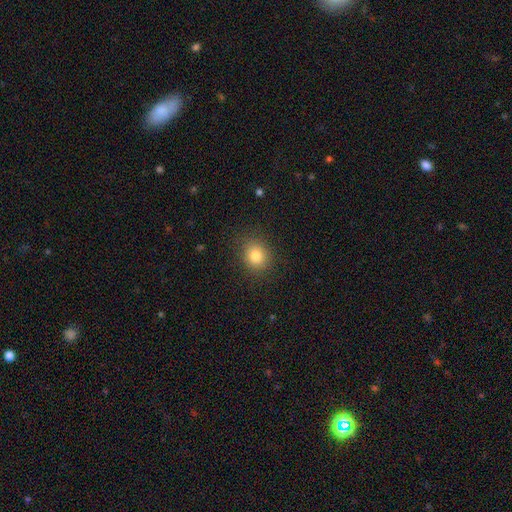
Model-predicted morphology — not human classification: smooth_or_featured: smooth (p=0.80) [alt: star or artifact p=0.12]
how_rounded: round (p=0.77) [alt: in between p=0.22]
merging: none (p=0.88) [alt: minor disturbance p=0.08]